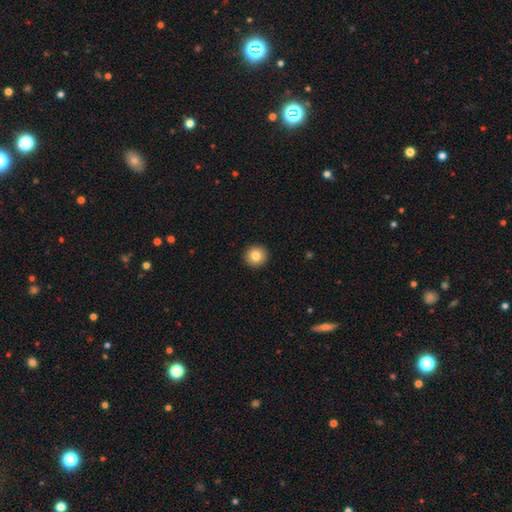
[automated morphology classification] smooth-or-featured: smooth: 83% | star or artifact: 9% | featured or disk: 8%
  how-rounded: round: 94% | in between: 5% | cigar-shaped: 1%
  merging: none: 93% | minor disturbance: 4% | major disturbance: 1% | merger: 1%